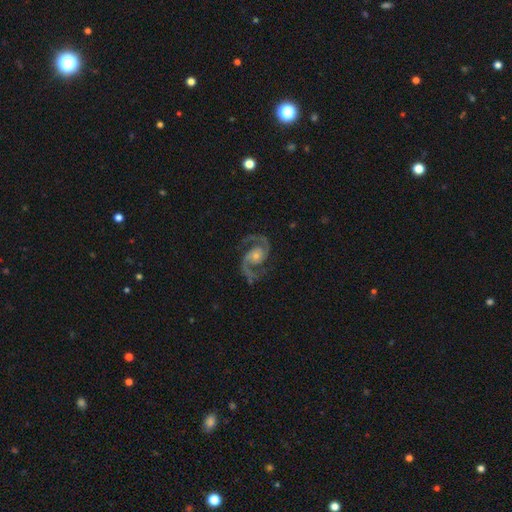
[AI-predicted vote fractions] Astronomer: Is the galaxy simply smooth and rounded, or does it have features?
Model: featured or disk — 93%.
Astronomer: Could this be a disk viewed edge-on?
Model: no — 98%.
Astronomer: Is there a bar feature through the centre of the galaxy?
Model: no — 63%.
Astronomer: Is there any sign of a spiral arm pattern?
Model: yes — 99%.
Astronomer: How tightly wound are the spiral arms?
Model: medium — 65%.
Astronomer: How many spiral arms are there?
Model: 2 — 94%.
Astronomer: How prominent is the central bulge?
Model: small — 53% (runner-up: moderate, 39%).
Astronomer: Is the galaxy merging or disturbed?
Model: none — 82%.